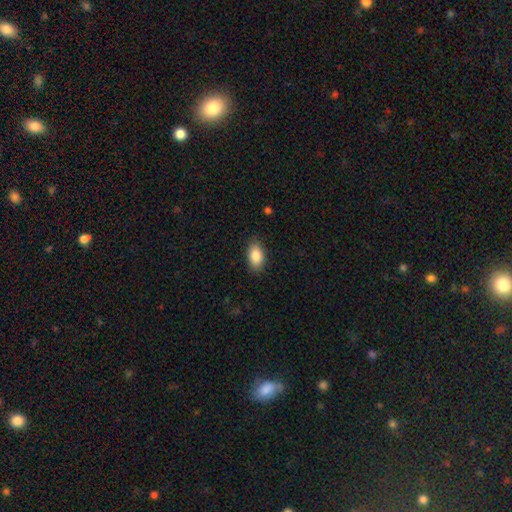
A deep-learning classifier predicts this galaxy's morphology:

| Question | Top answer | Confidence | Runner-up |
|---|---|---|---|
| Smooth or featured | smooth | 86% | star or artifact (7%) |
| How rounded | in between | 92% | round (6%) |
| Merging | none | 86% | minor disturbance (11%) |